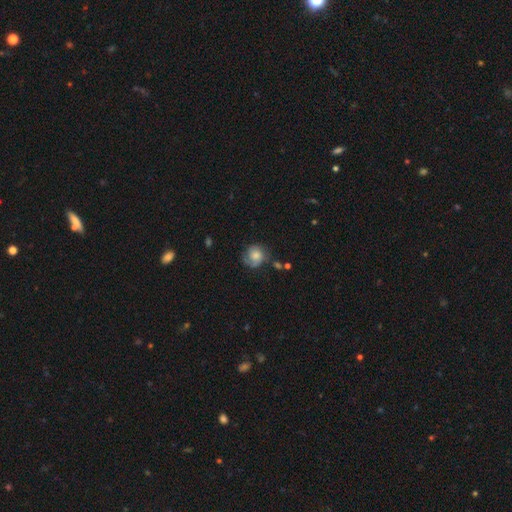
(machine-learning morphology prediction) Overall: featured or disk (47%; smooth 44%). Merging: none (60%; minor disturbance 23%).